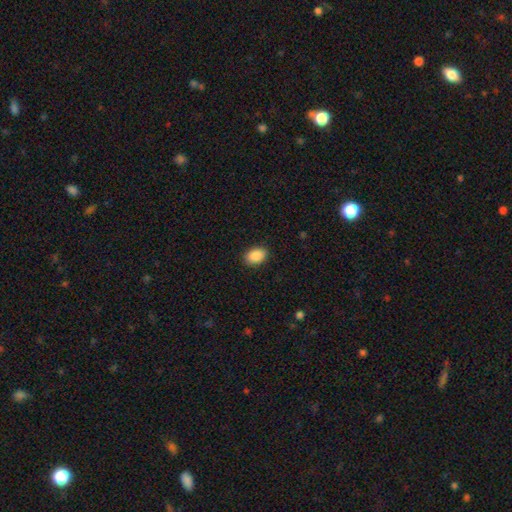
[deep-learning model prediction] This is clearly a smooth galaxy (90%). How rounded: clearly in between (85%). Merging: clearly none (89%).